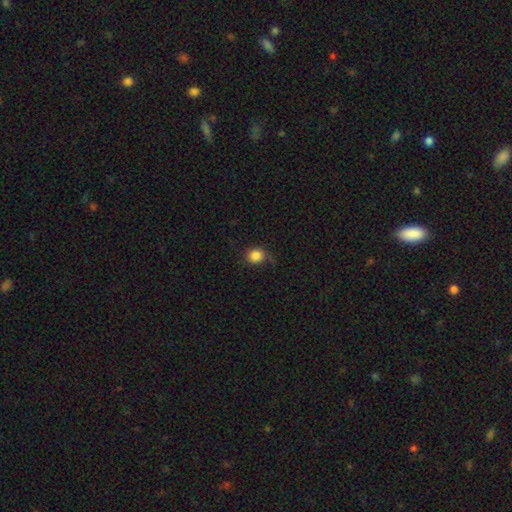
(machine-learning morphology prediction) A smooth galaxy with no disk features (85%) that is round (80%). Merging: none (68%).